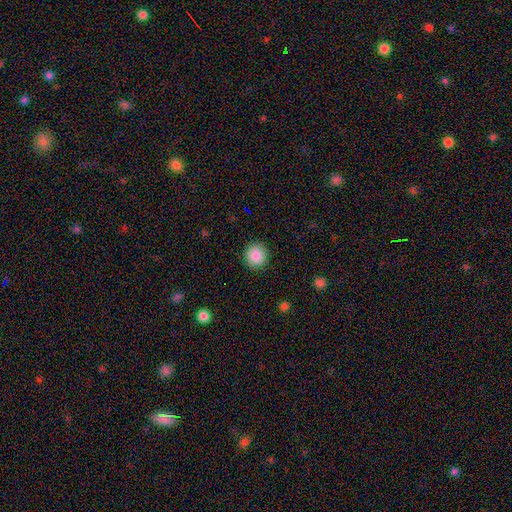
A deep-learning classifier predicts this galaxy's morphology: smooth 88%, star or artifact 9%, featured or disk 4%. Down the decision tree: how rounded — round (93%); merging — none (91%).